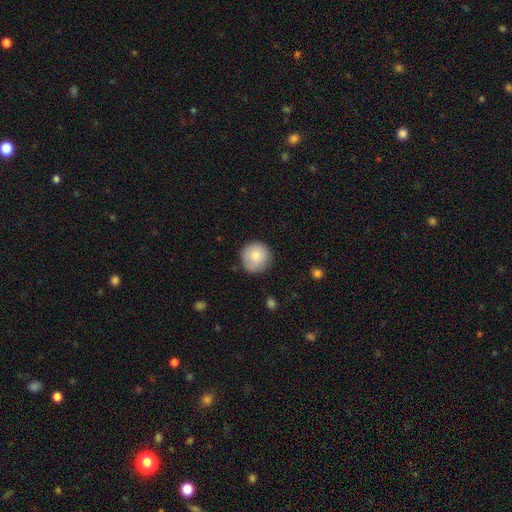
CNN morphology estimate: The model was most divided on "merging": none: 82%, minor disturbance: 14%, major disturbance: 3%, merger: 1%. More confident: how rounded — round (95%); smooth or featured — smooth (82%).